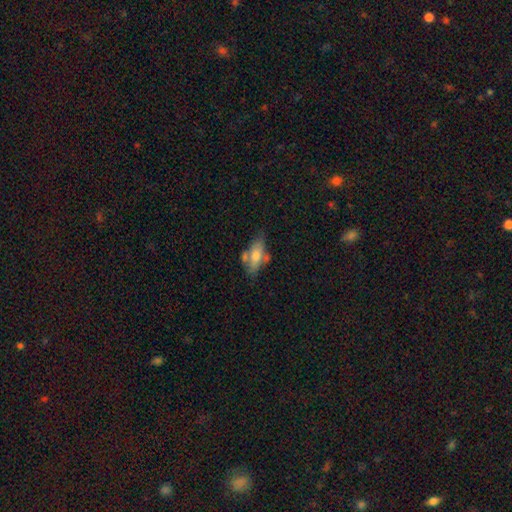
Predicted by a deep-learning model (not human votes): smooth 55%, featured or disk 37%, star or artifact 8%. Down the decision tree: how rounded — in between (78%); merging — none (47%).